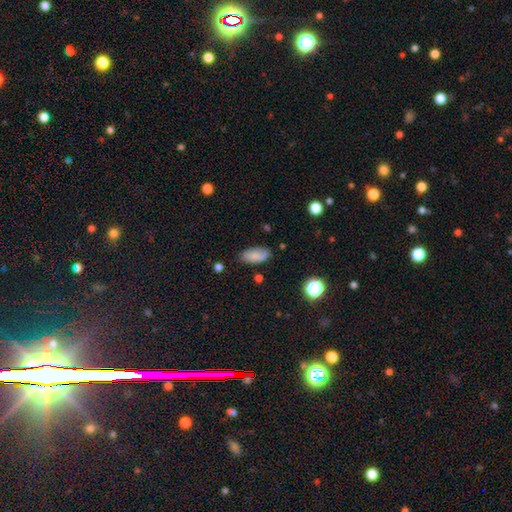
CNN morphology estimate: The model was most divided on "merging": none: 77%, minor disturbance: 17%, major disturbance: 4%, merger: 2%. More confident: how rounded — in between (92%); smooth or featured — smooth (80%).